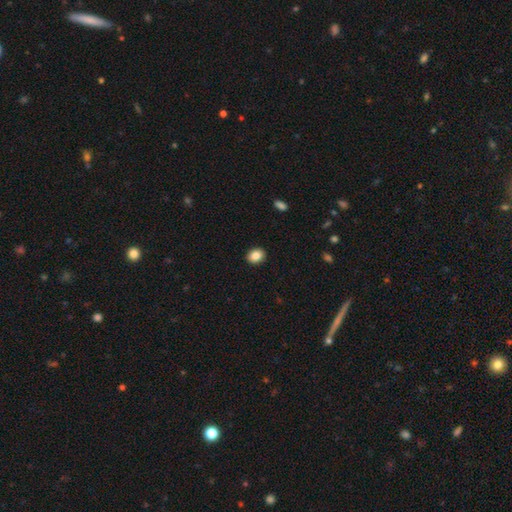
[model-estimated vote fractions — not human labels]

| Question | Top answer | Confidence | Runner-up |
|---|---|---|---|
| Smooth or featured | smooth | 86% | star or artifact (9%) |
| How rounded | in between | 51% | round (48%) |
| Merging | none | 91% | minor disturbance (6%) |